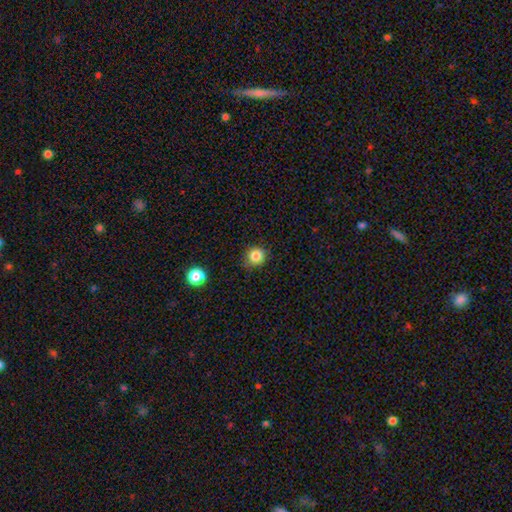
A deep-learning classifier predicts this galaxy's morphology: Smooth or featured? Predicted: smooth (p=0.84). How rounded? Predicted: round (p=0.92). Merging? Predicted: none (p=0.84).